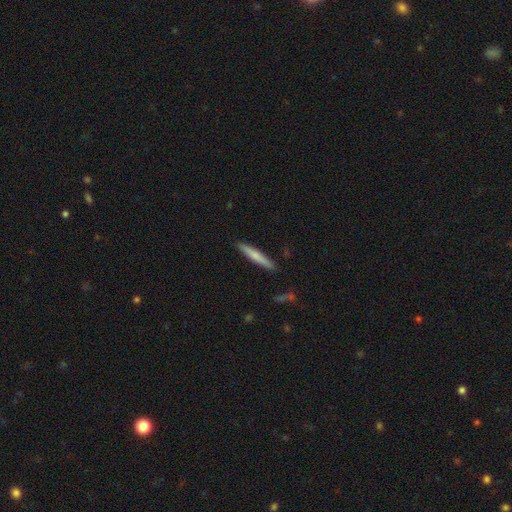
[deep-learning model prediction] A smooth galaxy with no disk features (69%) that is cigar-shaped (94%). Merging: none (90%).